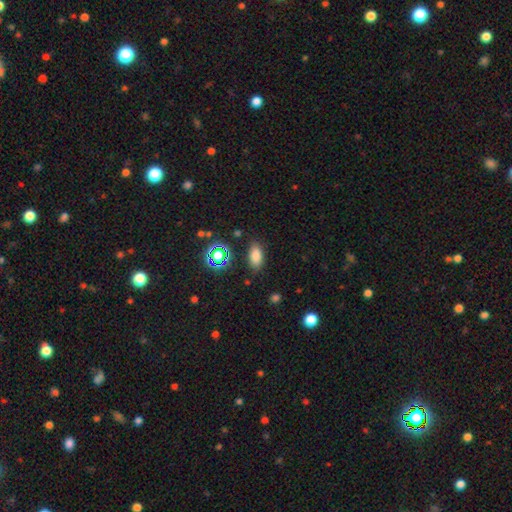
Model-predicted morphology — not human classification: Q: Smooth or featured?
A: smooth (78%); runner-up: star or artifact (15%)
Q: How rounded?
A: in between (87%); runner-up: round (7%)
Q: Merging?
A: none (82%); runner-up: minor disturbance (12%)